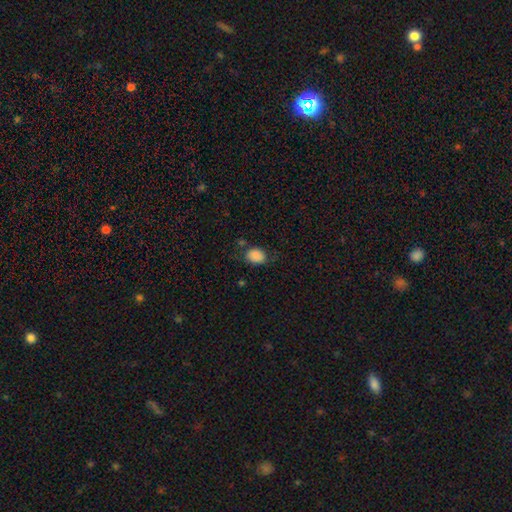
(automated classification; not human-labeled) A smooth galaxy with no disk features (87%) that is in between round and cigar-shaped (63%). Merging: none (68%).